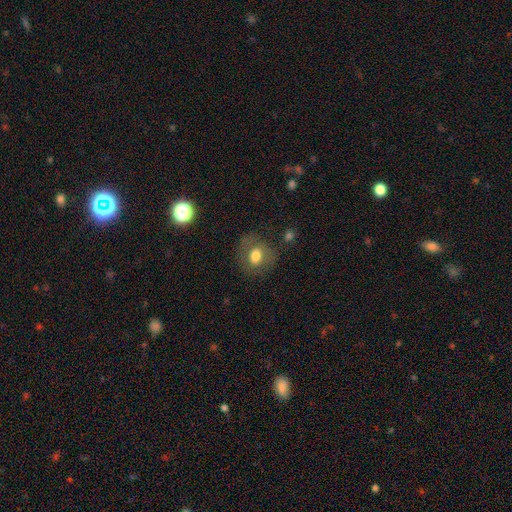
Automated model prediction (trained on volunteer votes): Smooth or featured? smooth (68%)
How rounded? round (56%)
Merging? none (69%)